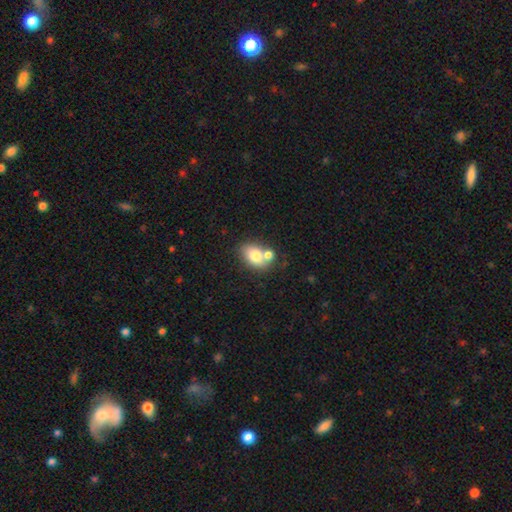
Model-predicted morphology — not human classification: This appears to be a smooth galaxy with no disk features (76%) that is in between round and cigar-shaped (73%). Merging: none (46%).